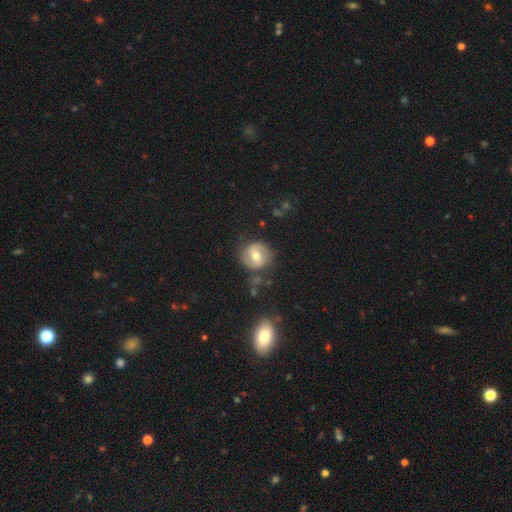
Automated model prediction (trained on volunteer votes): Morphology: type=featured or disk (61%); edge-on=no (97%); bar=weak (46%); spiral arms=yes (80%); bulge=moderate (71%); merging=none (79%).